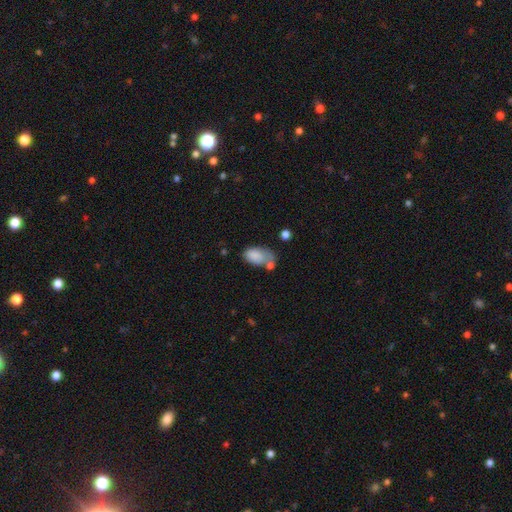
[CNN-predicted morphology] This is clearly a smooth galaxy (81%). How rounded: clearly in between (92%). Merging: marginally none (37%).